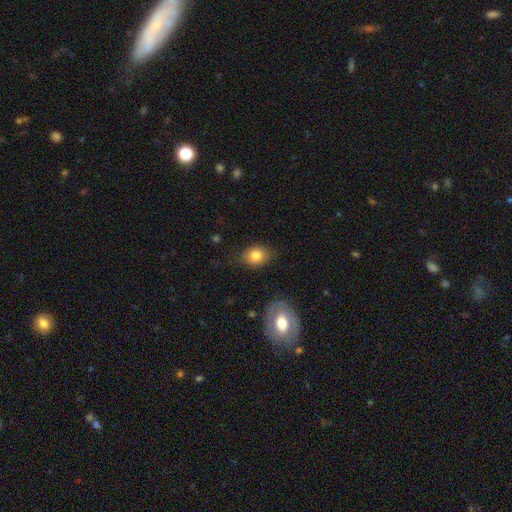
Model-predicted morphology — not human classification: This appears to be a smooth galaxy with no disk features (81%) that is in between round and cigar-shaped (59%). Merging: none (79%).